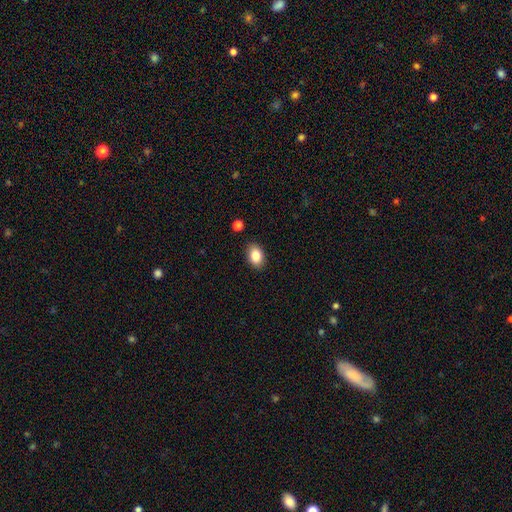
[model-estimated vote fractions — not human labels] Smooth or featured? Predicted: smooth (p=0.85). How rounded? Predicted: in between (p=0.84). Merging? Predicted: none (p=0.88).